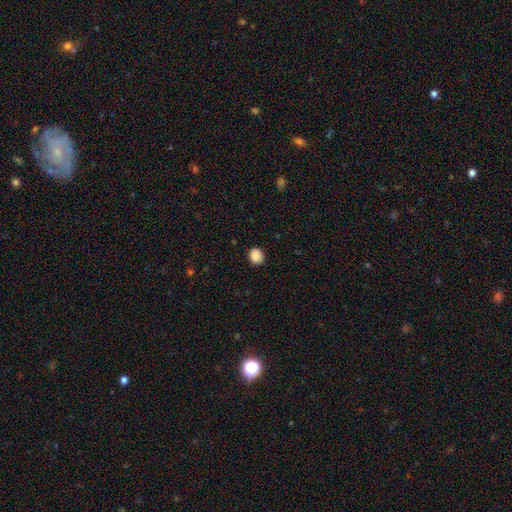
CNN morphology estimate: smooth_or_featured: smooth (p=0.88) [alt: star or artifact p=0.09]
how_rounded: round (p=0.70) [alt: in between p=0.29]
merging: none (p=0.88) [alt: minor disturbance p=0.08]